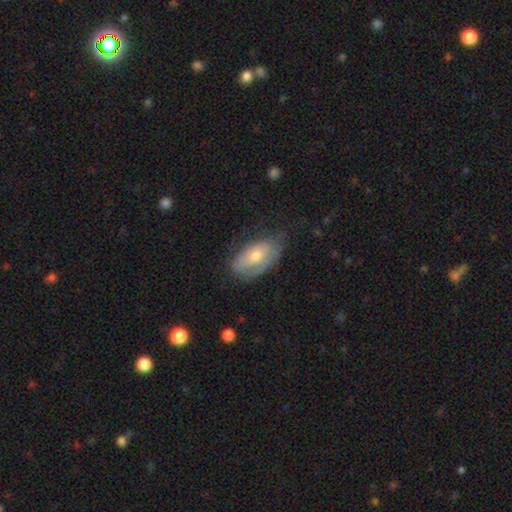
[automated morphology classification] Smooth or featured: smooth — 52% (featured or disk — 41%)
How rounded: in between — 91% (round — 5%)
Merging: none — 54% (minor disturbance — 32%)